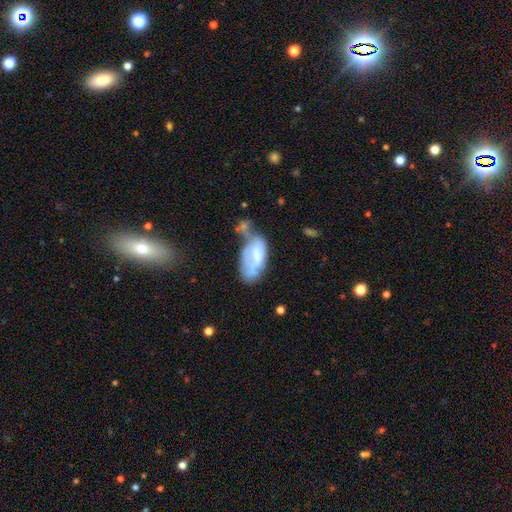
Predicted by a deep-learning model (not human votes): Q: Smooth or featured?
A: smooth (49%); runner-up: featured or disk (44%)
Q: Merging?
A: major disturbance (29%); runner-up: minor disturbance (25%)